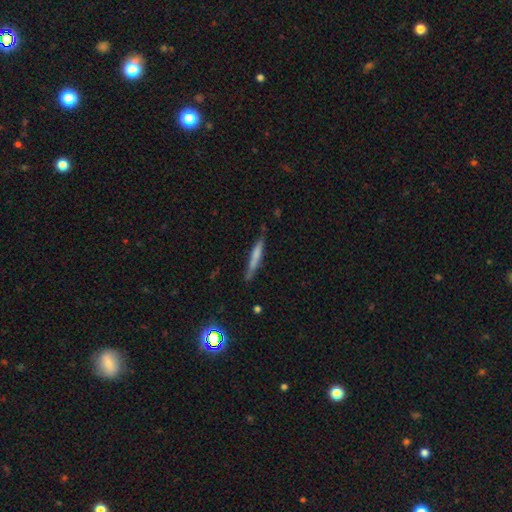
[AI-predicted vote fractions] Smooth or featured?
  - smooth: 63% *
  - featured or disk: 30%
  - star or artifact: 7%
How rounded?
  - cigar-shaped: 94% *
  - in between: 4%
  - round: 1%
Merging?
  - none: 76% *
  - minor disturbance: 17%
  - major disturbance: 3%
  - merger: 3%